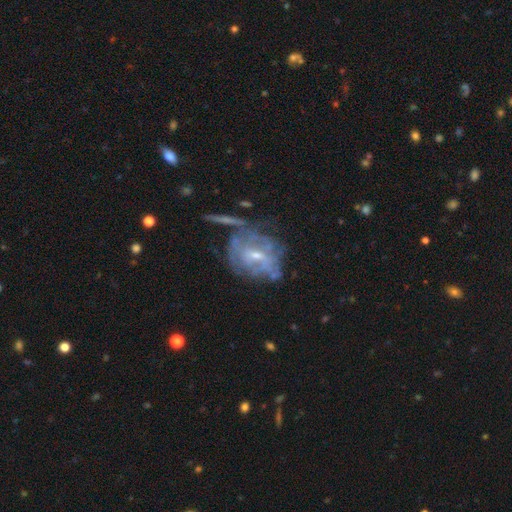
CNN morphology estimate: type=featured or disk (74%); edge-on=no (95%); bar=weak (46%); spiral arms=yes (66%); bulge=small (55%); merging=none (44%).